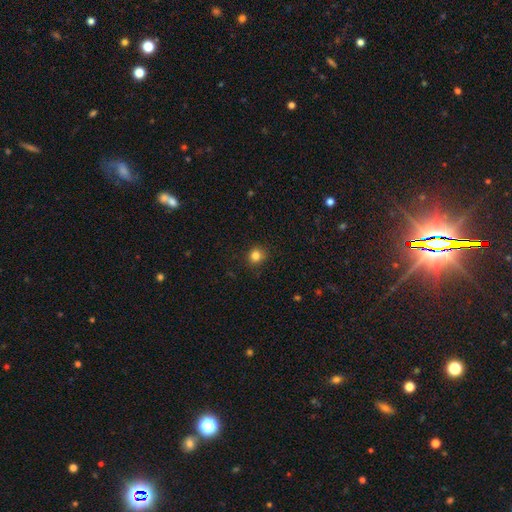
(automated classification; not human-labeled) Smooth or featured?
  - smooth: 83% *
  - star or artifact: 13%
  - featured or disk: 5%
How rounded?
  - round: 87% *
  - in between: 12%
  - cigar-shaped: 1%
Merging?
  - none: 89% *
  - minor disturbance: 8%
  - major disturbance: 2%
  - merger: 1%